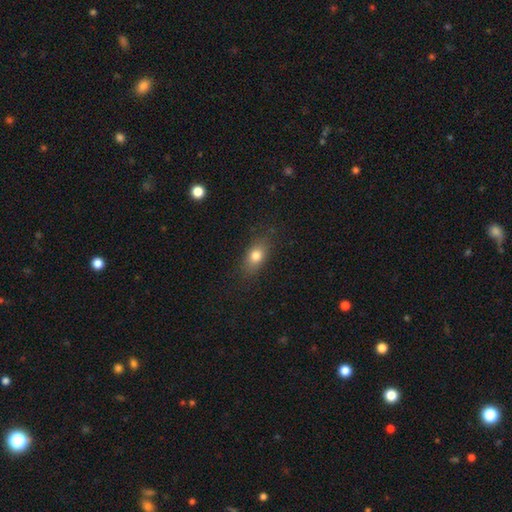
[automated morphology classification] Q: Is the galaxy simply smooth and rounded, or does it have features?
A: smooth — 78%.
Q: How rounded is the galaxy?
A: in between — 77%.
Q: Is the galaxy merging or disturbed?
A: none — 81%.